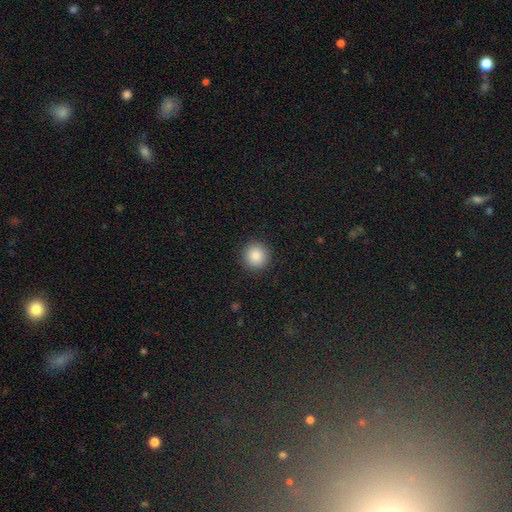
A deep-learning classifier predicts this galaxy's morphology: Smooth or featured: smooth — 87% (star or artifact — 9%)
How rounded: round — 94% (in between — 5%)
Merging: none — 92% (minor disturbance — 5%)